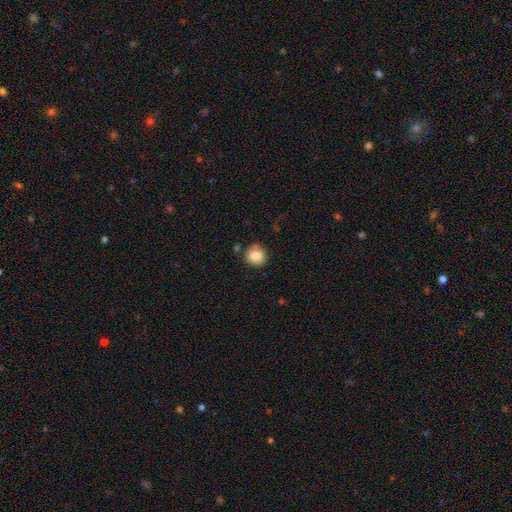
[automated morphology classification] A smooth galaxy with no disk features (85%) that is round (88%). Merging: none (83%).